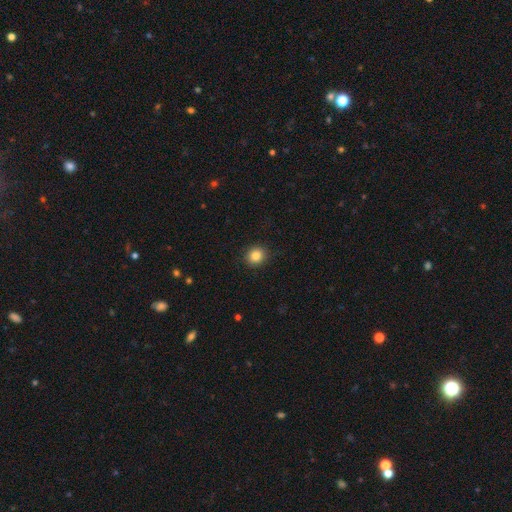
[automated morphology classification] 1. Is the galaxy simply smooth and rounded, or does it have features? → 86% smooth, 10% star or artifact, 4% featured or disk.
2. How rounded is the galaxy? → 84% round, 15% in between, 1% cigar-shaped.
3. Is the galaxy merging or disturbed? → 89% none, 8% minor disturbance, 2% major disturbance, 1% merger.